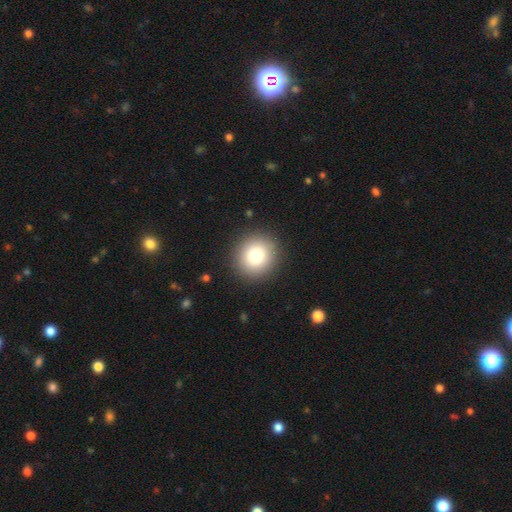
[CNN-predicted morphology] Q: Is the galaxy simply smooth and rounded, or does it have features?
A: smooth — 80%.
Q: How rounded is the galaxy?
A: round — 89%.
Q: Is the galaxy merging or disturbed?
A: none — 90%.